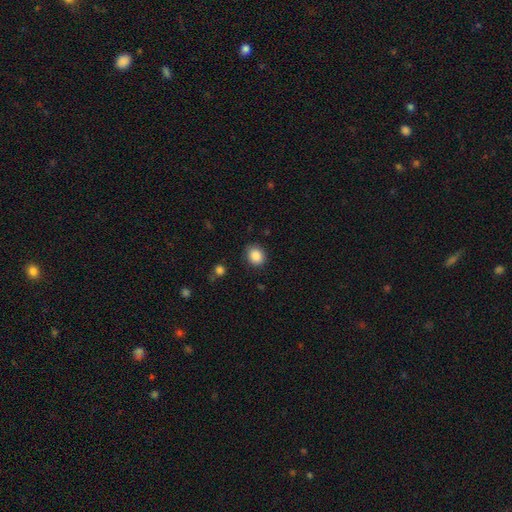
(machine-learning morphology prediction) This appears to be a smooth galaxy with no disk features (87%) that is round (63%). Merging: none (86%).